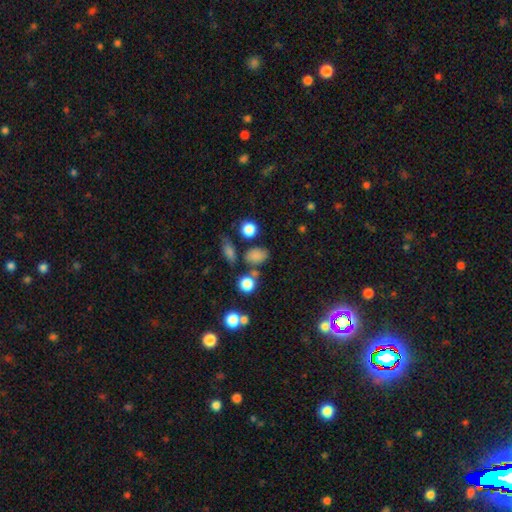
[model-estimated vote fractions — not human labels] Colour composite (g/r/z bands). It shows a smooth galaxy with no disk features (78%) that is in between round and cigar-shaped (66%). Merging: none (65%).